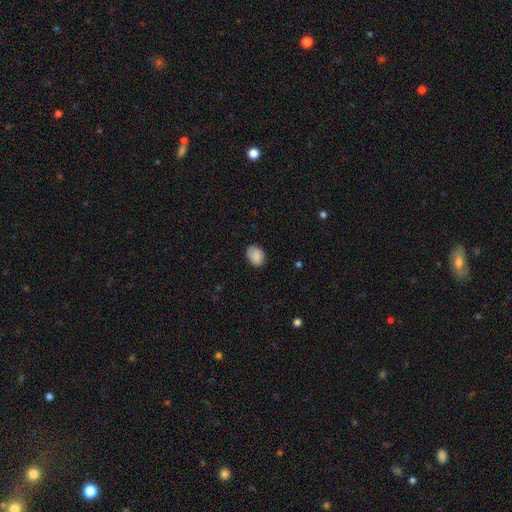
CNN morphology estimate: Smooth or featured? Predicted: smooth (p=0.89). How rounded? Predicted: in between (p=0.61). Merging? Predicted: none (p=0.82).